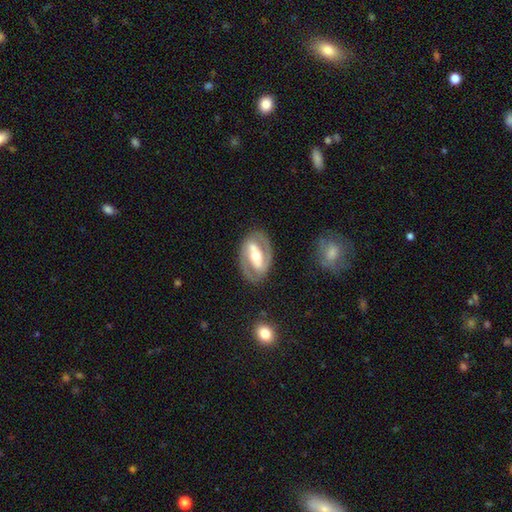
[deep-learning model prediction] This is likely a featured or disk galaxy (79%). It is clearly not viewed edge-on (94%). Bar: likely strong (65%). Spiral arm pattern: likely yes (74%). Spiral arm count: clearly 2 (86%). Spiral winding: marginally tight (44%). Central bulge: likely moderate (64%). Merging: clearly none (81%).